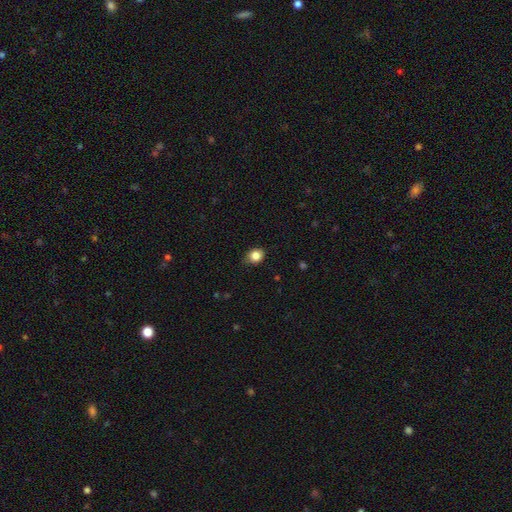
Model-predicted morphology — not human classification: A smooth galaxy with no disk features (84%) that is round (60%).

Vote fractions:
- Smooth or featured? smooth: 84% / star or artifact: 10% / featured or disk: 6%
- How rounded? round: 60% / in between: 39% / cigar-shaped: 1%
- Merging? none: 74% / minor disturbance: 21% / major disturbance: 3% / merger: 1%